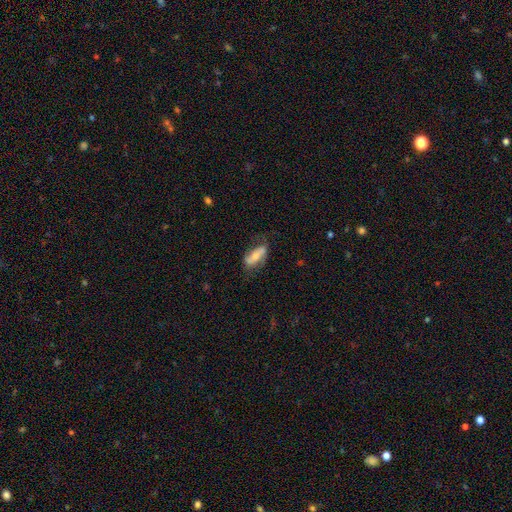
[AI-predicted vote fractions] Q: Smooth or featured?
A: featured or disk (48%); runner-up: smooth (45%)
Q: Merging?
A: none (64%); runner-up: minor disturbance (24%)